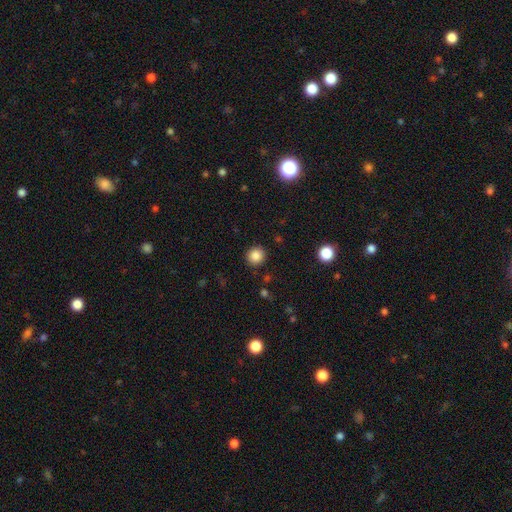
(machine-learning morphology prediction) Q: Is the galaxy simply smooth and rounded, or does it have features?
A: smooth — 85%.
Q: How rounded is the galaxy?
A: round — 93%.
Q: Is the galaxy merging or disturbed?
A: none — 91%.